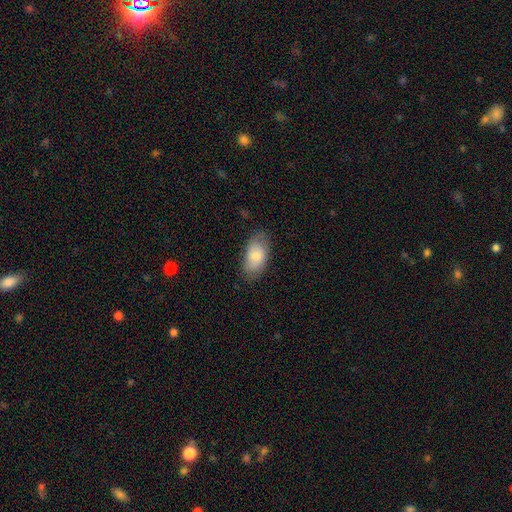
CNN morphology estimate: Smooth or featured? Predicted: smooth (p=0.74). How rounded? Predicted: in between (p=0.93). Merging? Predicted: none (p=0.71).